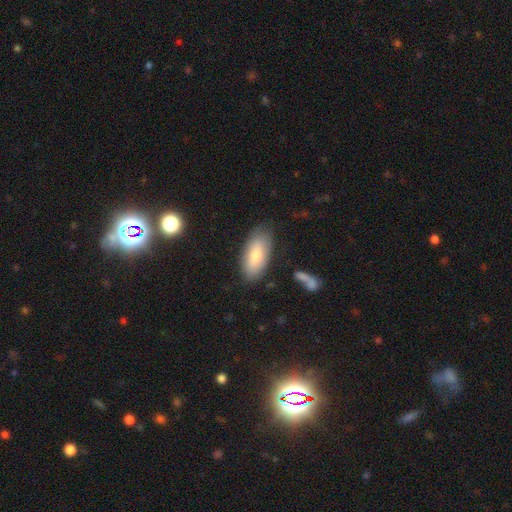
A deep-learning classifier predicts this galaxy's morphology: A smooth galaxy with no disk features (78%) that is in between round and cigar-shaped (90%). Merging: none (73%).